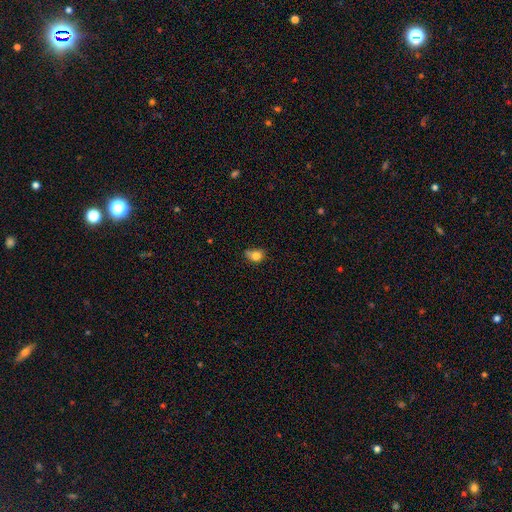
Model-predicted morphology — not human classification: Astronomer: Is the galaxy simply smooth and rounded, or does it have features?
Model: smooth — 80%.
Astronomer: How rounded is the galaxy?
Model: round — 50% (runner-up: in between, 49%).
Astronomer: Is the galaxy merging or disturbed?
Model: none — 46% (runner-up: minor disturbance, 38%).